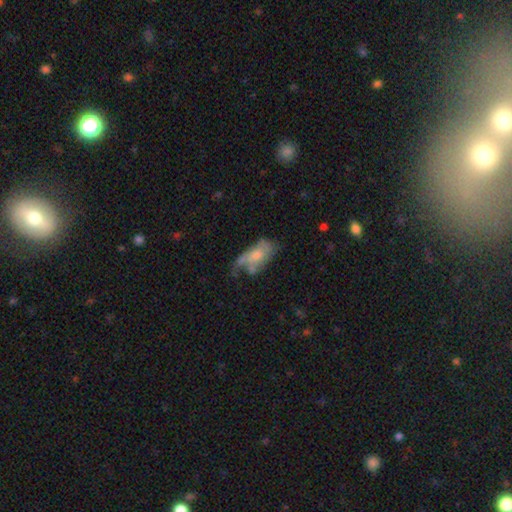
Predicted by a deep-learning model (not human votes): A smooth galaxy with no disk features (47%). Merging: major disturbance (34%).